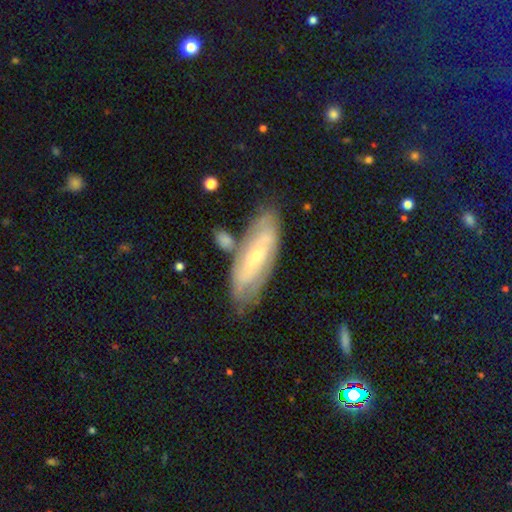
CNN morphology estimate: smooth_or_featured: featured or disk (p=0.67) [alt: smooth p=0.27]
disk_edge_on: no (p=0.82) [alt: yes p=0.18]
bar: no (p=0.45) [alt: weak p=0.34]
has_spiral_arms: yes (p=0.71) [alt: no p=0.29]
bulge_size: small (p=0.63) [alt: moderate p=0.33]
merging: none (p=0.66) [alt: minor disturbance p=0.19]